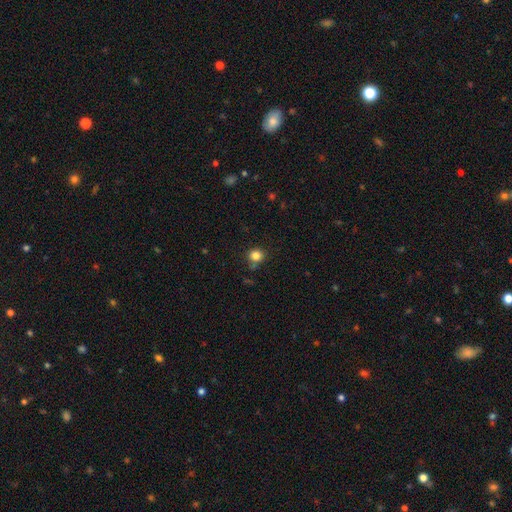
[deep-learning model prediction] A smooth galaxy with no disk features (83%) that is round (87%).

Vote fractions:
- Smooth or featured? smooth: 83% / star or artifact: 12% / featured or disk: 5%
- How rounded? round: 87% / in between: 12% / cigar-shaped: 1%
- Merging? none: 80% / minor disturbance: 12% / merger: 4% / major disturbance: 3%